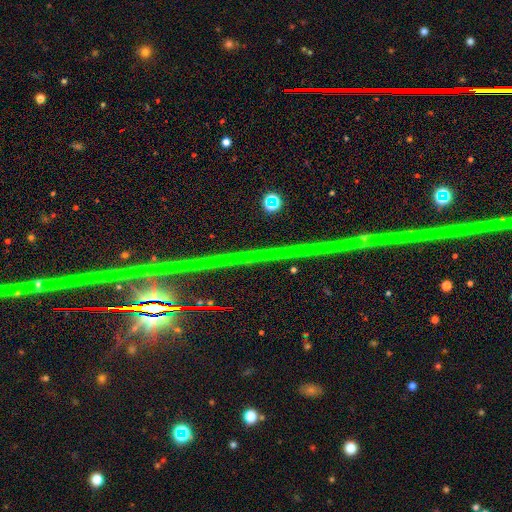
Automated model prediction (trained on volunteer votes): A star or artifact, not a galaxy (85%).